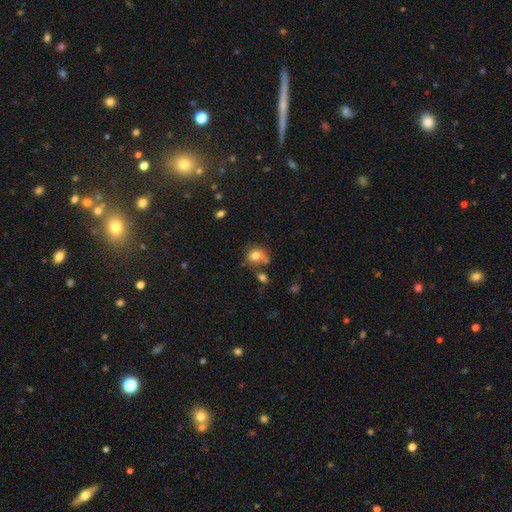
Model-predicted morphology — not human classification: A smooth galaxy with no disk features (78%) that is round (68%). Merging: none (54%).